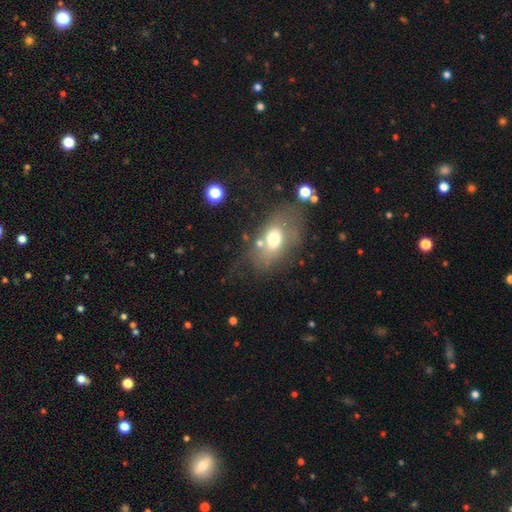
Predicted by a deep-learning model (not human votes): Q: Smooth or featured?
A: smooth (53%); runner-up: featured or disk (30%)
Q: How rounded?
A: in between (80%); runner-up: round (17%)
Q: Merging?
A: none (58%); runner-up: minor disturbance (20%)